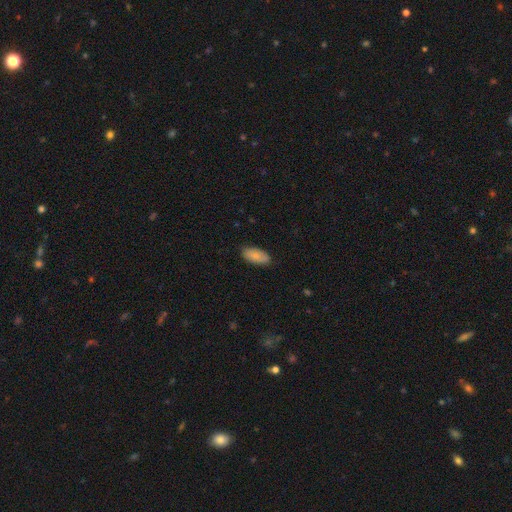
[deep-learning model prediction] A smooth galaxy with no disk features (80%) that is in between round and cigar-shaped (93%). Merging: none (82%).